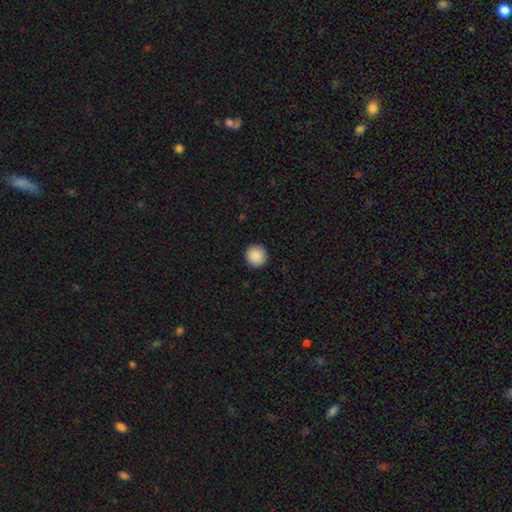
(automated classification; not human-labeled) A smooth galaxy with no disk features (90%) that is round (93%).

Vote fractions:
- Smooth or featured? smooth: 90% / star or artifact: 8% / featured or disk: 2%
- How rounded? round: 93% / in between: 6% / cigar-shaped: 1%
- Merging? none: 92% / minor disturbance: 5% / major disturbance: 2% / merger: 1%